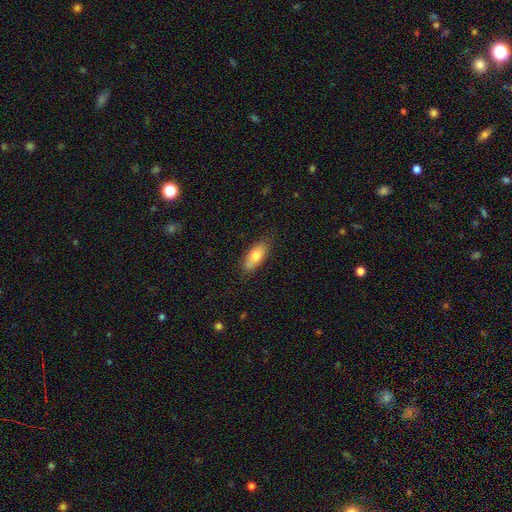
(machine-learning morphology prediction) Smooth or featured? Predicted: smooth (p=0.75). How rounded? Predicted: in between (p=0.81). Merging? Predicted: none (p=0.70).